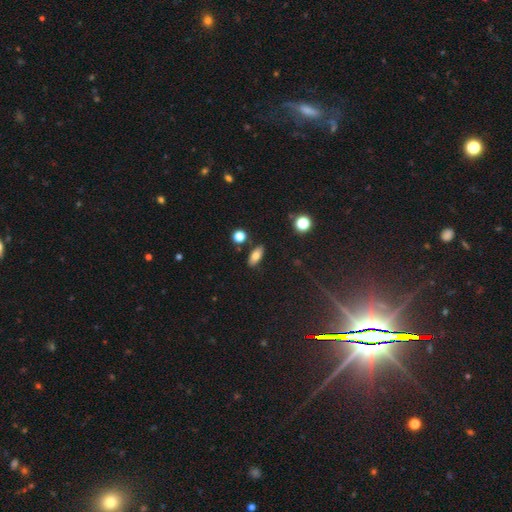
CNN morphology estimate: smooth_or_featured: smooth (p=0.75) [alt: featured or disk p=0.15]
how_rounded: in between (p=0.81) [alt: cigar-shaped p=0.14]
merging: none (p=0.84) [alt: minor disturbance p=0.10]